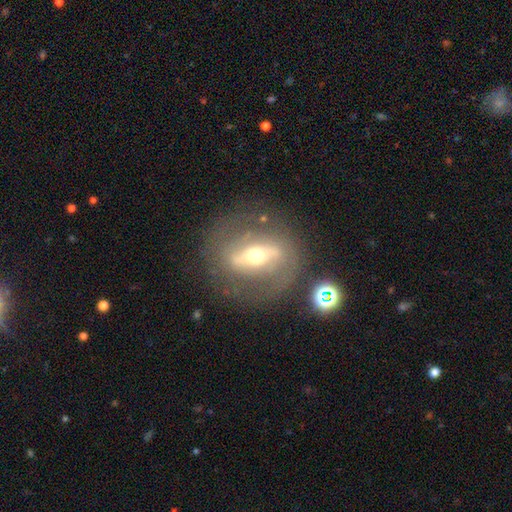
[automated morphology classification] Smooth or featured? featured or disk (74%)
Edge-on disk? no (81%)
Bar? strong (66%)
Spiral arms? no (54%)
Bulge size? moderate (61%)
Merging? none (74%)